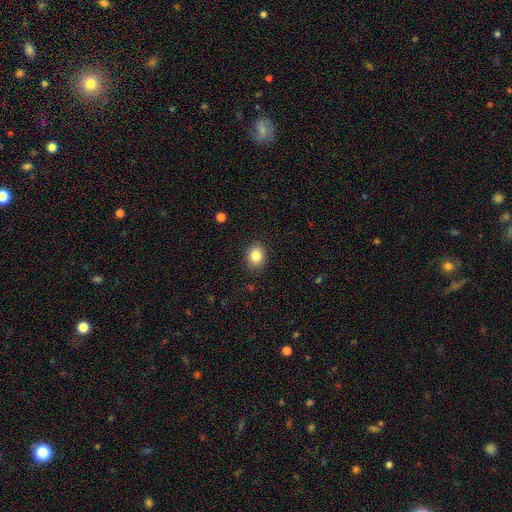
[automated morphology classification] This appears to be a smooth galaxy with no disk features (83%) that is round (63%). Merging: none (89%).